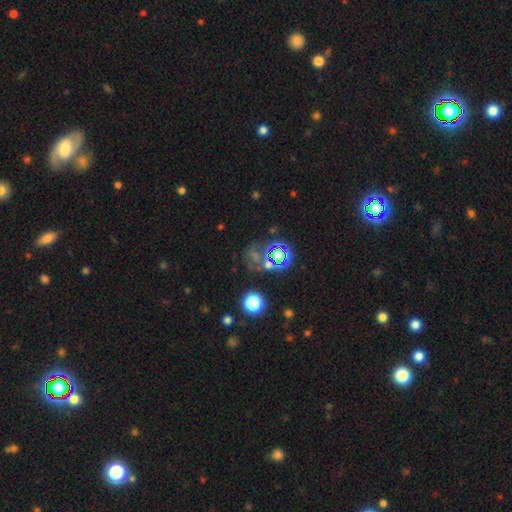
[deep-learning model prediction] The model was most divided on "smooth or featured": star or artifact: 65%, smooth: 22%, featured or disk: 13%.